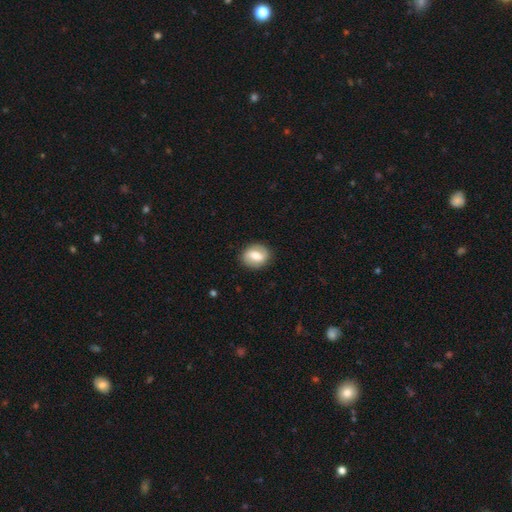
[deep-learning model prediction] A smooth galaxy with no disk features (54%) that is round (49%, tied with in between).

Vote fractions:
- Smooth or featured? smooth: 54% / featured or disk: 39% / star or artifact: 7%
- How rounded? round: 49% (tied) / in between: 49% (tied) / cigar-shaped: 2%
- Merging? none: 86% / minor disturbance: 10% / major disturbance: 3% / merger: 1%